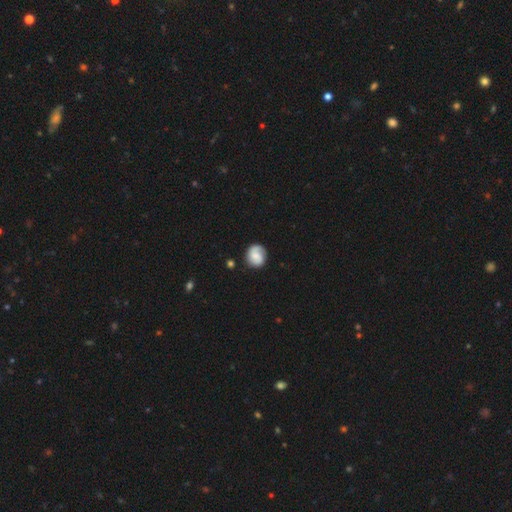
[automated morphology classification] Overall: featured or disk (49%; smooth 43%). Merging: none (75%).